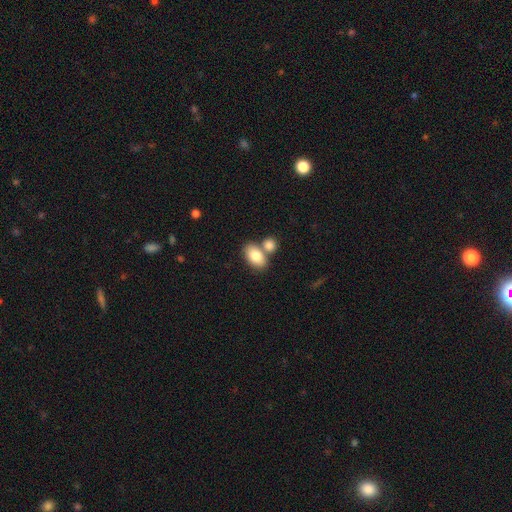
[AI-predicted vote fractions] Smooth or featured? smooth (81%)
How rounded? in between (88%)
Merging? none (50%)